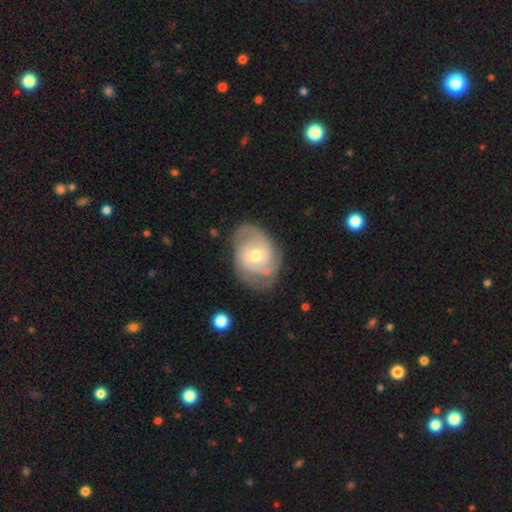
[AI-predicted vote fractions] Smooth or featured?
  - featured or disk: 75% *
  - smooth: 20%
  - star or artifact: 5%
Edge-on disk?
  - no: 97% *
  - yes: 3%
Bar?
  - no: 71% *
  - weak: 25%
  - strong: 4%
Spiral arms?
  - yes: 88% *
  - no: 12%
Spiral winding?
  - tight: 51% *
  - medium: 37%
  - loose: 12%
Spiral arm count?
  - 2: 58% *
  - can't tell: 23%
  - 3: 10%
  - 1: 4%
  - 4: 3%
  - more than 4: 2%
Bulge size?
  - moderate: 60% *
  - small: 35%
  - large: 3%
  - none: 1%
  - dominant: 1%
Merging?
  - none: 66% *
  - minor disturbance: 22%
  - major disturbance: 8%
  - merger: 3%